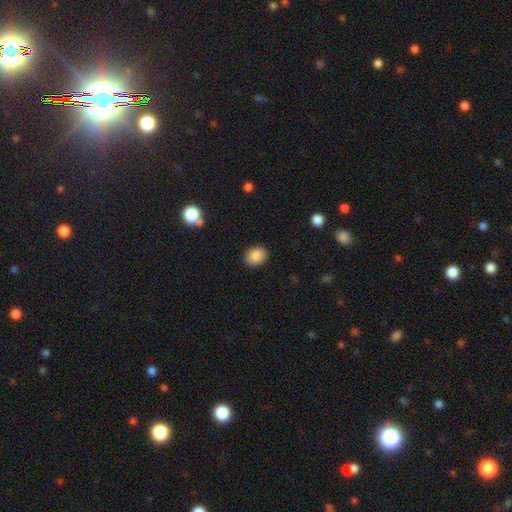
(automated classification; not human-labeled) Overall: smooth (87%). How rounded: in between (50%; round 49%). Merging: none (89%).